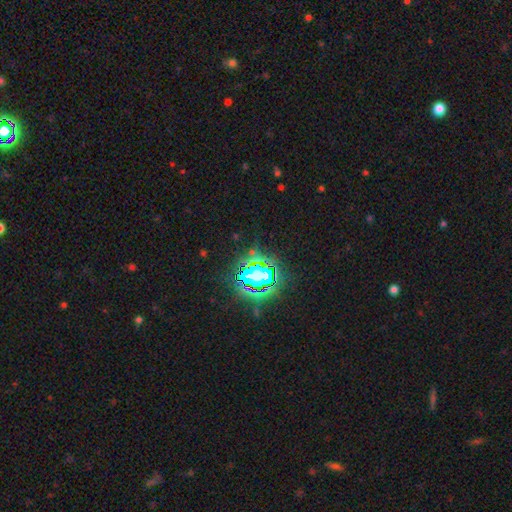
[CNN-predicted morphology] Q: Smooth or featured?
A: star or artifact (73%); runner-up: smooth (17%)